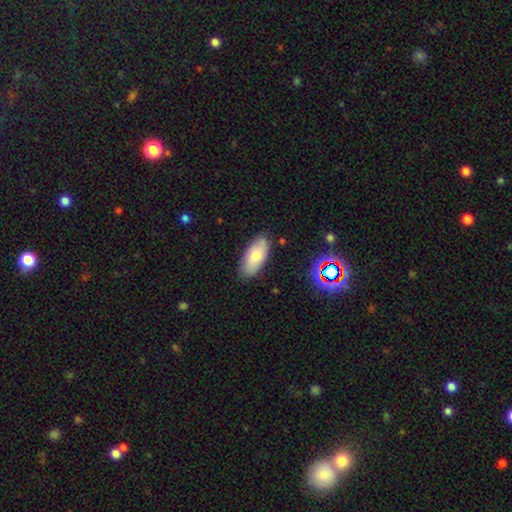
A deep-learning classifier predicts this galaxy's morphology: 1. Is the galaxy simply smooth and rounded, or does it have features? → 75% smooth, 18% featured or disk, 7% star or artifact.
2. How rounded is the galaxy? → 91% in between, 7% cigar-shaped, 2% round.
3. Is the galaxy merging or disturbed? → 82% none, 14% minor disturbance, 3% major disturbance, 2% merger.